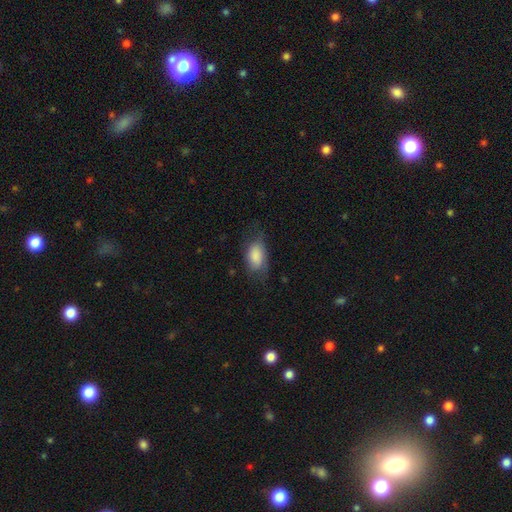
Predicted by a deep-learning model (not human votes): Overall: smooth (82%). How rounded: in between (91%). Merging: none (56%; minor disturbance 29%).